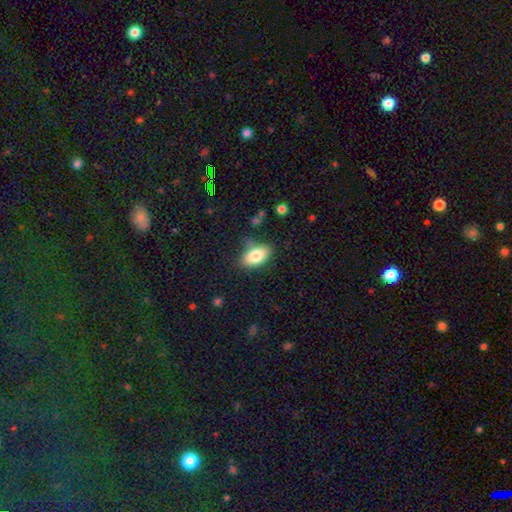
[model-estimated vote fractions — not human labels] Smooth or featured? Predicted: smooth (p=0.81). How rounded? Predicted: in between (p=0.91). Merging? Predicted: none (p=0.72).